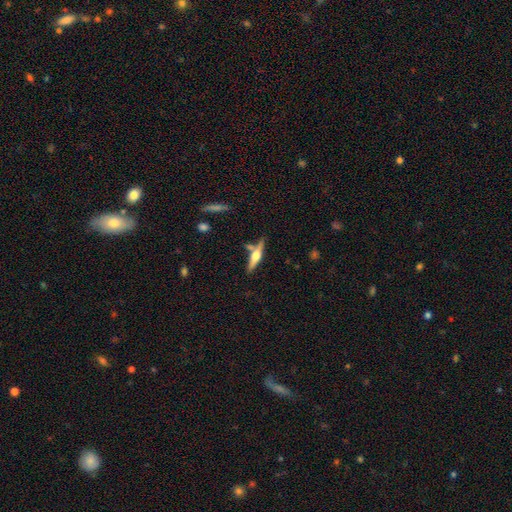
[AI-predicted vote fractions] This is likely a featured or disk galaxy (61%). It is clearly viewed edge-on (96%). Edge-on bulge: clearly rounded (89%). Merging: likely none (69%).